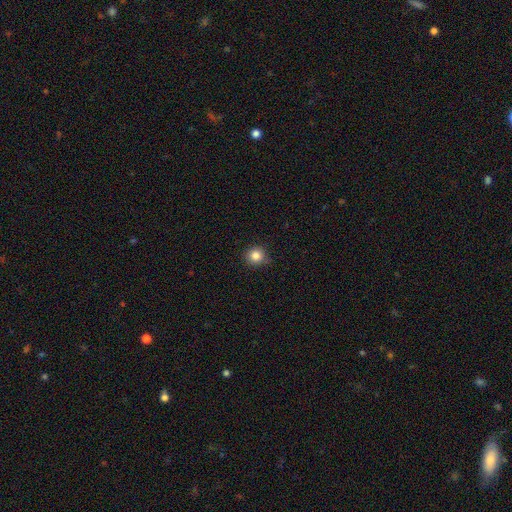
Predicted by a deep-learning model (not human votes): This appears to be a smooth galaxy with no disk features (83%) that is round (92%). Merging: none (86%).